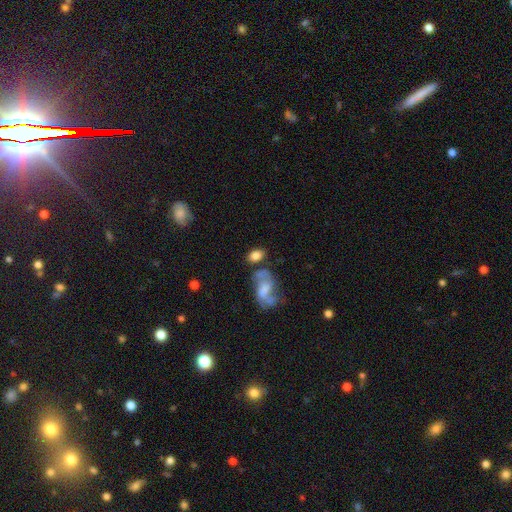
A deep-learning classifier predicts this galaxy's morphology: Smooth or featured?
  - smooth: 75% *
  - featured or disk: 17%
  - star or artifact: 8%
How rounded?
  - in between: 84% *
  - round: 14%
  - cigar-shaped: 2%
Merging?
  - none: 58% *
  - merger: 18%
  - minor disturbance: 16%
  - major disturbance: 8%